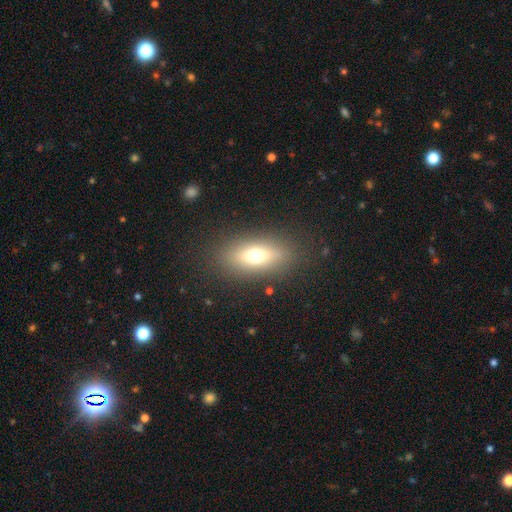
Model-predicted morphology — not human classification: A smooth galaxy with no disk features (65%) that is in between round and cigar-shaped (77%).

Vote fractions:
- Smooth or featured? smooth: 65% / featured or disk: 22% / star or artifact: 13%
- How rounded? in between: 77% / cigar-shaped: 12% / round: 11%
- Merging? none: 85% / minor disturbance: 9% / major disturbance: 5% / merger: 1%